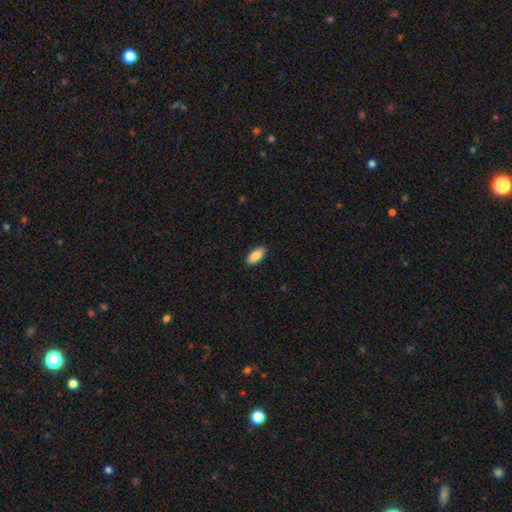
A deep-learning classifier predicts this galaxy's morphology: Smooth or featured? Predicted: smooth (p=0.88). How rounded? Predicted: in between (p=0.92). Merging? Predicted: none (p=0.90).